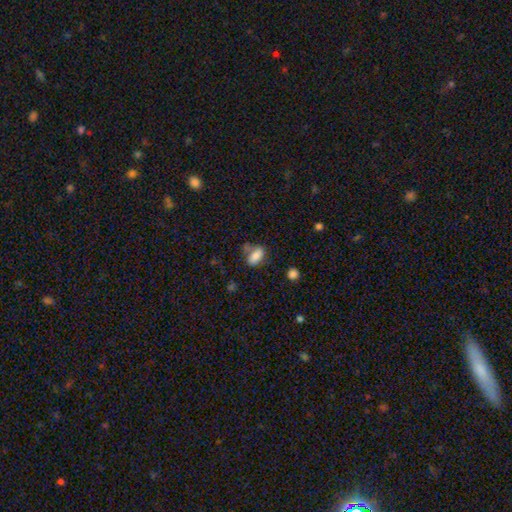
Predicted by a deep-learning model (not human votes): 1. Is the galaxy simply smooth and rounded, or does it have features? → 81% smooth, 10% featured or disk, 9% star or artifact.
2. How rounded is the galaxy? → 87% in between, 7% round, 6% cigar-shaped.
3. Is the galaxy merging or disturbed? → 59% none, 20% minor disturbance, 14% merger, 7% major disturbance.